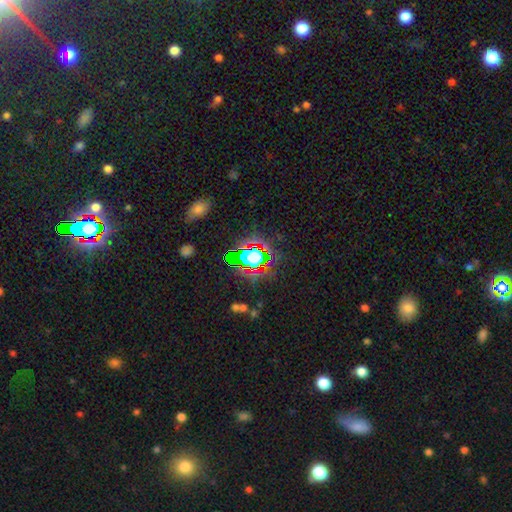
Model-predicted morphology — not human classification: Overall: star or artifact (63%).